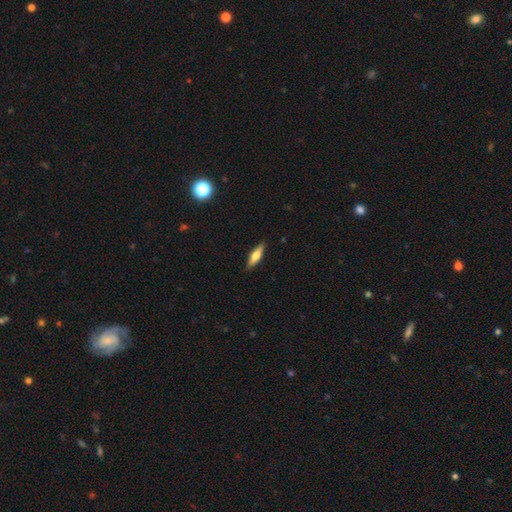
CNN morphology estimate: This appears to be a smooth galaxy with no disk features (58%) that is cigar-shaped (56%). Merging: none (87%).